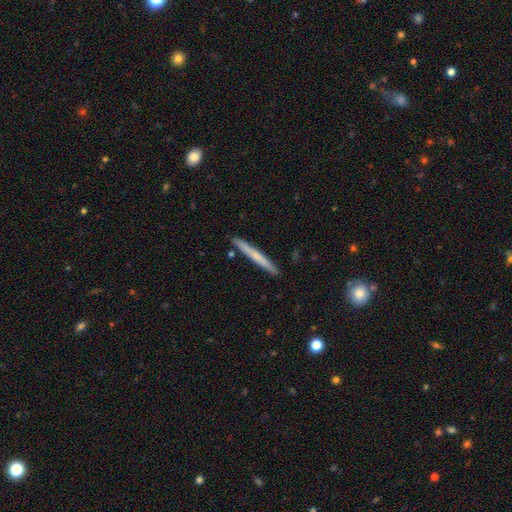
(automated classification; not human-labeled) A smooth galaxy with no disk features (55%) that is cigar-shaped (97%).

Vote fractions:
- Smooth or featured? smooth: 55% / featured or disk: 40% / star or artifact: 5%
- How rounded? cigar-shaped: 97% / in between: 2% / round: 1%
- Merging? none: 91% / minor disturbance: 6% / merger: 1% / major disturbance: 1%